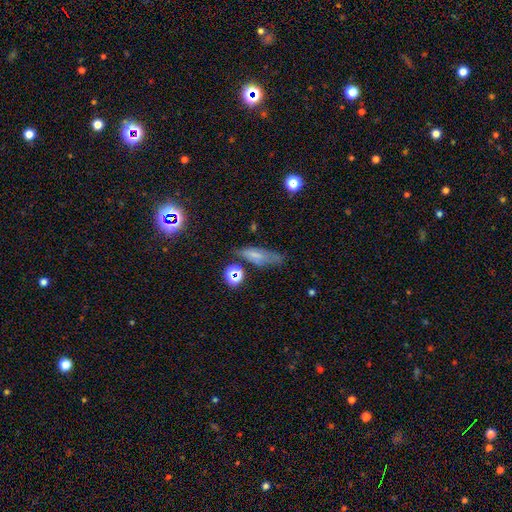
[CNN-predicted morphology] This appears to be a smooth galaxy with no disk features (61%) that is in between round and cigar-shaped (52%). Merging: none (60%).